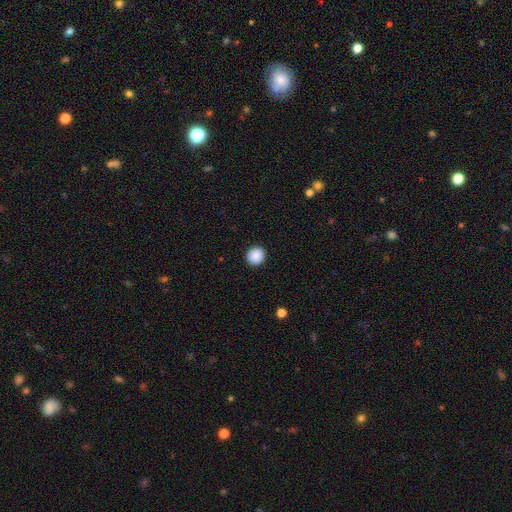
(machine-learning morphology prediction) Smooth or featured? smooth (89%)
How rounded? round (93%)
Merging? none (93%)